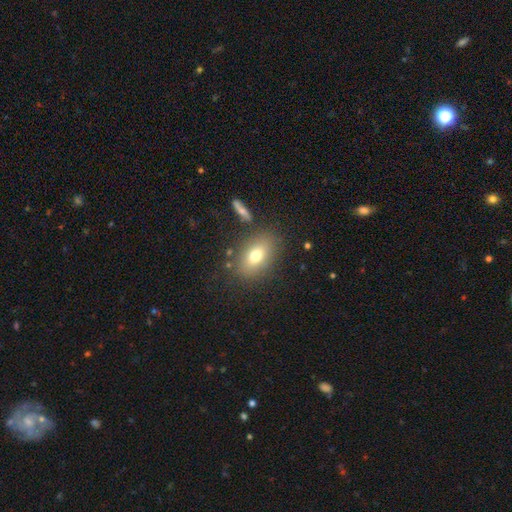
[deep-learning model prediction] Smooth or featured? smooth (73%)
How rounded? in between (82%)
Merging? none (80%)